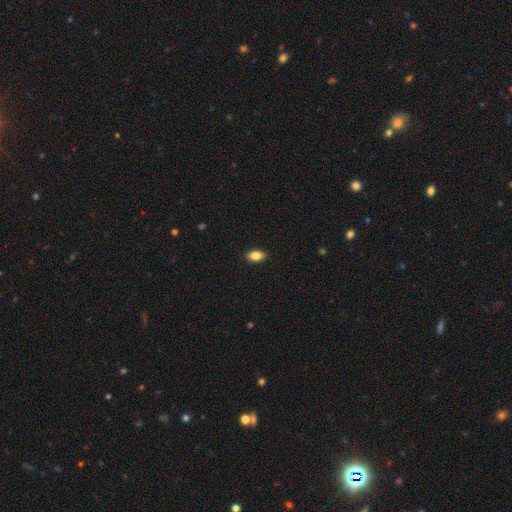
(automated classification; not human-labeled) Morphology: type=smooth (84%); roundness=in between (90%); merging=none (89%).